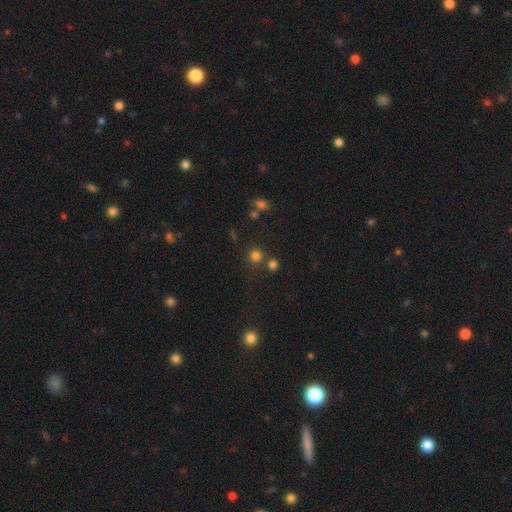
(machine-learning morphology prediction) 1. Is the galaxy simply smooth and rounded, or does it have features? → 74% smooth, 20% star or artifact, 6% featured or disk.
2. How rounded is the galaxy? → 91% round, 8% in between, 1% cigar-shaped.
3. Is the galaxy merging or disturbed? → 72% none, 17% merger, 8% minor disturbance, 4% major disturbance.